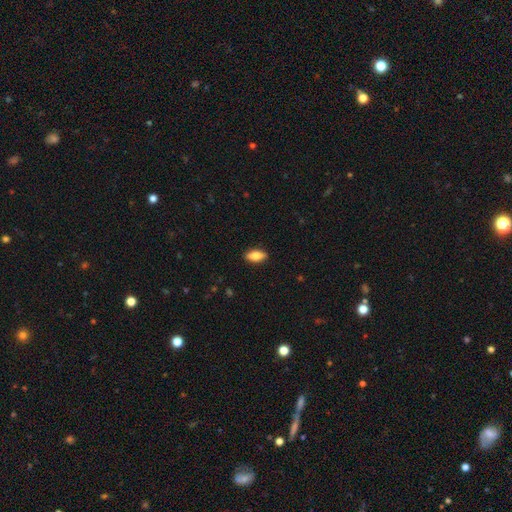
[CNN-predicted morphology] Smooth or featured: smooth — 77% (featured or disk — 16%)
How rounded: in between — 81% (cigar-shaped — 16%)
Merging: none — 87% (minor disturbance — 10%)